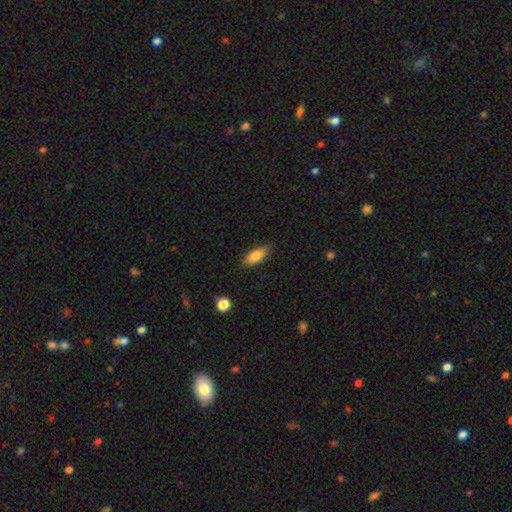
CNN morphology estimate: Smooth or featured? smooth (82%)
How rounded? in between (82%)
Merging? none (83%)